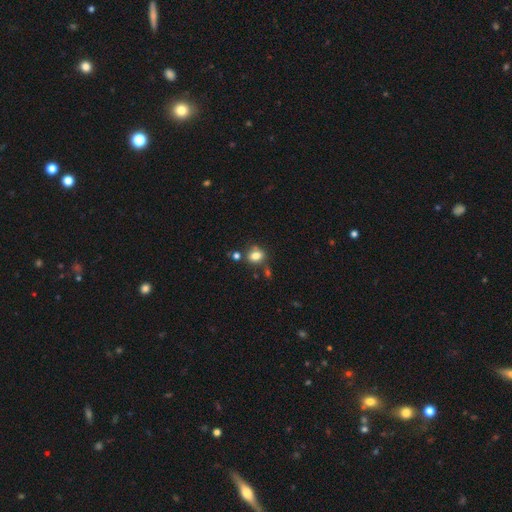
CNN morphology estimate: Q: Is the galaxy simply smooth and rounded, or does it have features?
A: smooth — 78%.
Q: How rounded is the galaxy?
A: in between — 57%.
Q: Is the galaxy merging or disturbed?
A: none — 64%.